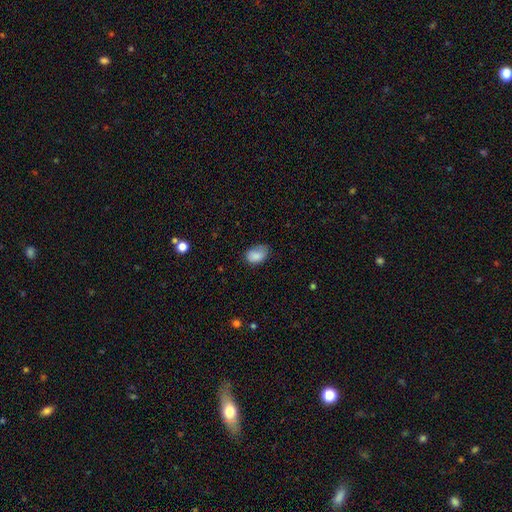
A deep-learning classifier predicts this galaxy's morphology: smooth 85%, star or artifact 8%, featured or disk 7%. Down the decision tree: how rounded — in between (82%); merging — none (55%).